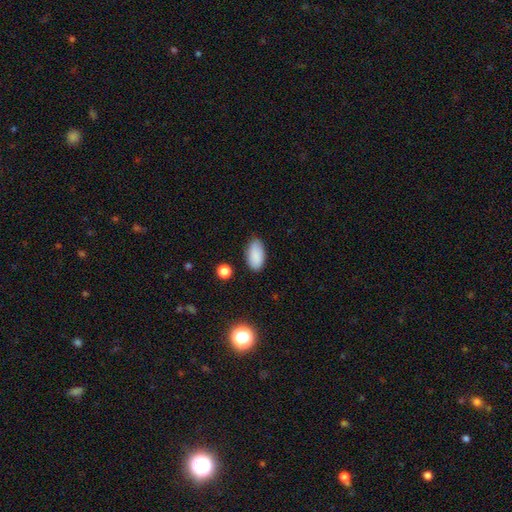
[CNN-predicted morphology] type=smooth (88%); roundness=in between (94%); merging=none (81%).